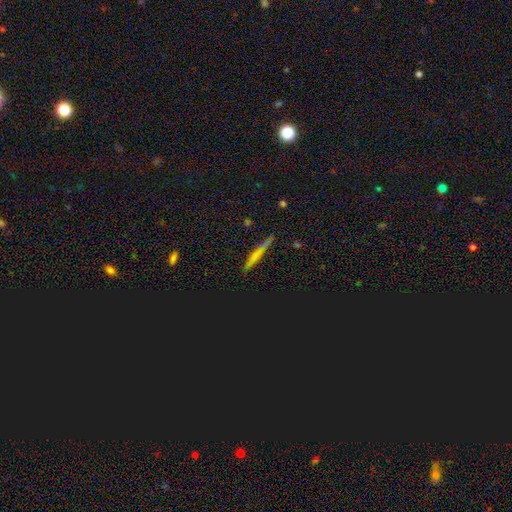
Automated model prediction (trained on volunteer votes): A smooth galaxy with no disk features (56%) that is cigar-shaped (85%).

Vote fractions:
- Smooth or featured? smooth: 56% / star or artifact: 25% / featured or disk: 19%
- How rounded? cigar-shaped: 85% / in between: 11% / round: 4%
- Merging? none: 78% / minor disturbance: 14% / major disturbance: 4% / merger: 4%